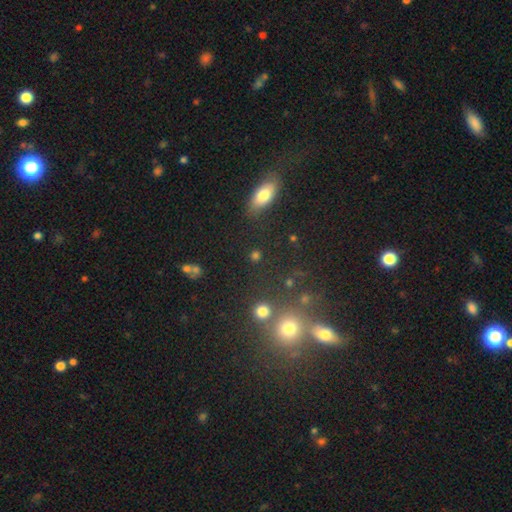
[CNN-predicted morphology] type=smooth (70%); roundness=round (61%); merging=none (77%).